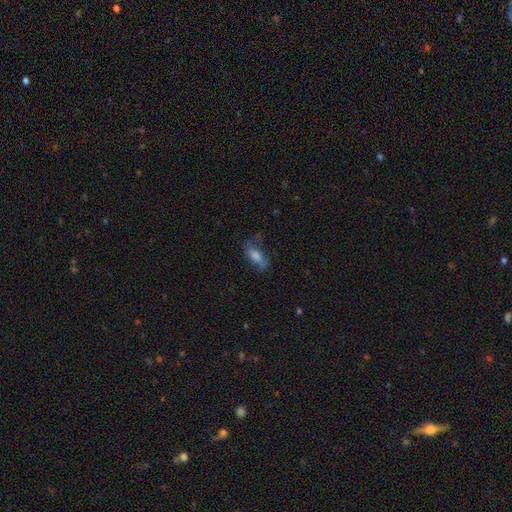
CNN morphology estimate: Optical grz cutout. It shows a smooth galaxy with no disk features (49%). Merging: none (54%).